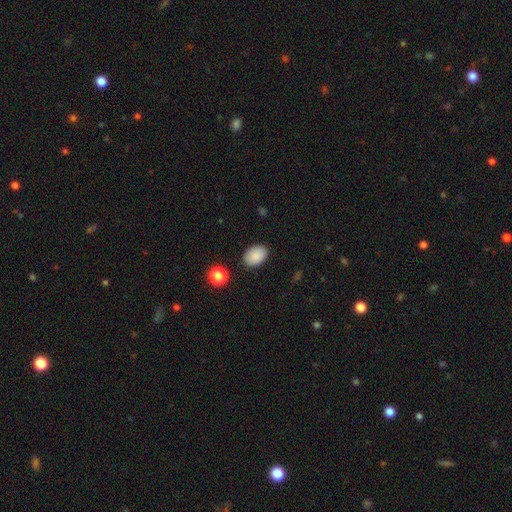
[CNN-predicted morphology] A smooth galaxy with no disk features (88%) that is in between round and cigar-shaped (82%). Merging: none (87%).